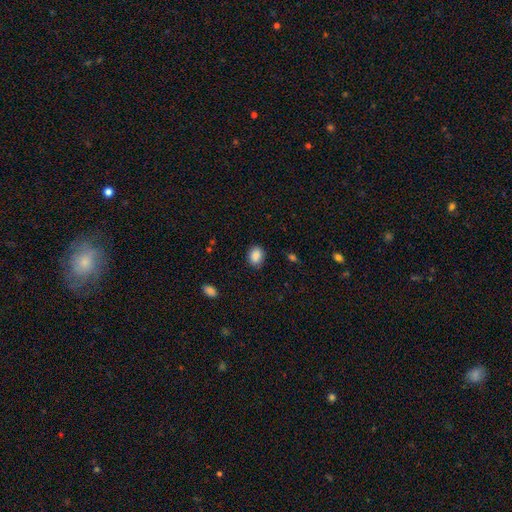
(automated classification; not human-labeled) smooth_or_featured: smooth (p=0.88) [alt: star or artifact p=0.08]
how_rounded: in between (p=0.55) [alt: round p=0.44]
merging: none (p=0.83) [alt: minor disturbance p=0.13]